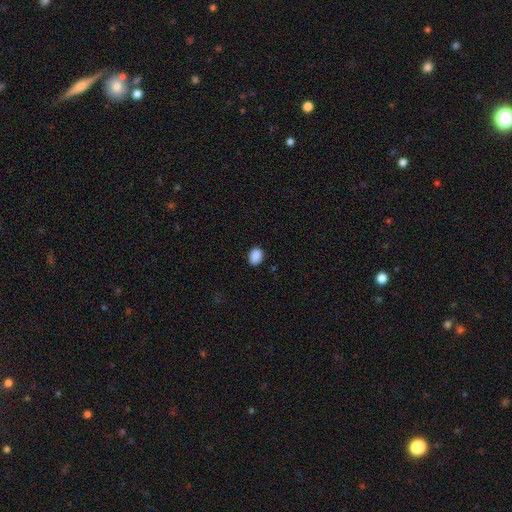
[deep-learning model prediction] Smooth or featured?
  - smooth: 89% *
  - star or artifact: 9%
  - featured or disk: 2%
How rounded?
  - in between: 63% *
  - round: 36%
  - cigar-shaped: 1%
Merging?
  - none: 87% *
  - minor disturbance: 10%
  - major disturbance: 2%
  - merger: 1%